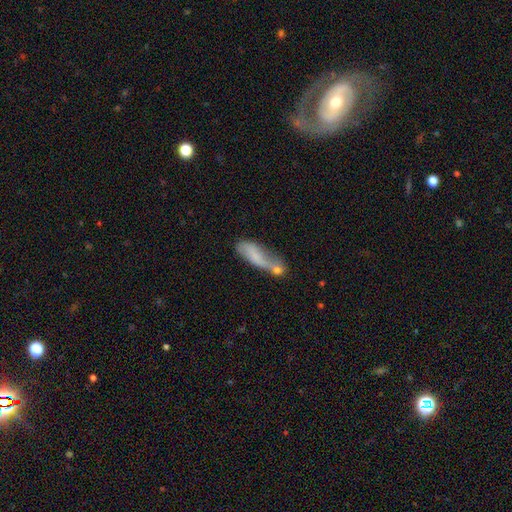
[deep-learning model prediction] Smooth or featured? smooth (61%)
How rounded? cigar-shaped (50%)
Merging? merger (40%)